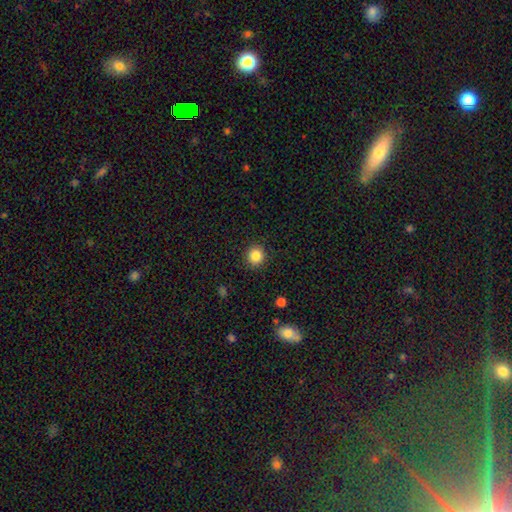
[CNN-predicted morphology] This appears to be a smooth galaxy with no disk features (86%) that is round (90%). Merging: none (91%).